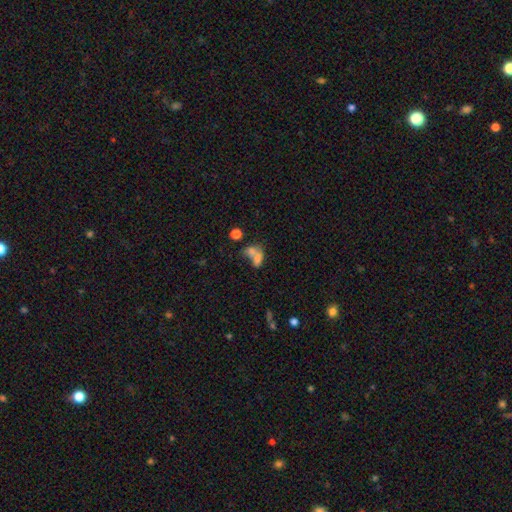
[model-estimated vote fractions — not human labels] Smooth or featured?
  - smooth: 70% *
  - featured or disk: 18%
  - star or artifact: 13%
How rounded?
  - in between: 77% *
  - round: 20%
  - cigar-shaped: 4%
Merging?
  - merger: 62% *
  - none: 21%
  - minor disturbance: 9%
  - major disturbance: 9%